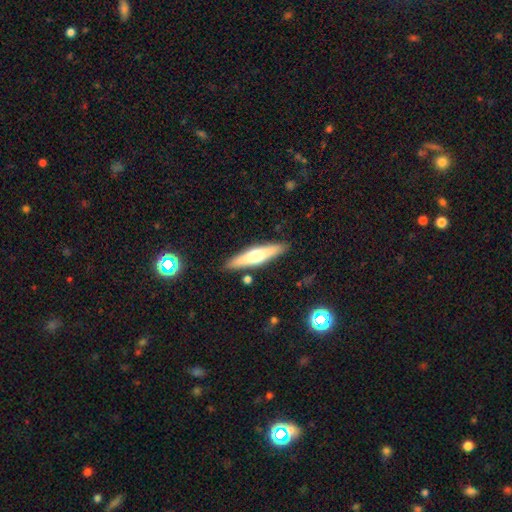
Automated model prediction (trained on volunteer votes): Smooth or featured? featured or disk (49%)
Merging? none (87%)